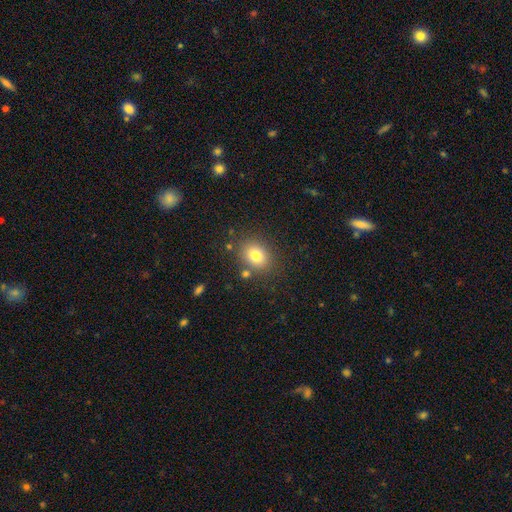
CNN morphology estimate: Smooth or featured? smooth (79%)
How rounded? in between (59%)
Merging? none (80%)